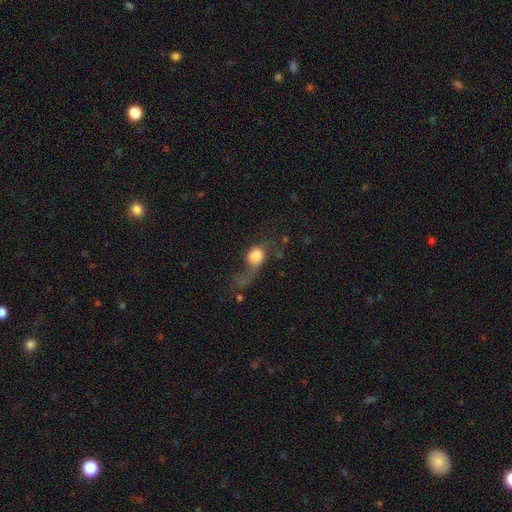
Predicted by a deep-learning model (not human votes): Smooth or featured? Predicted: smooth (p=0.64). How rounded? Predicted: round (p=0.58). Merging? Predicted: major disturbance (p=0.56).